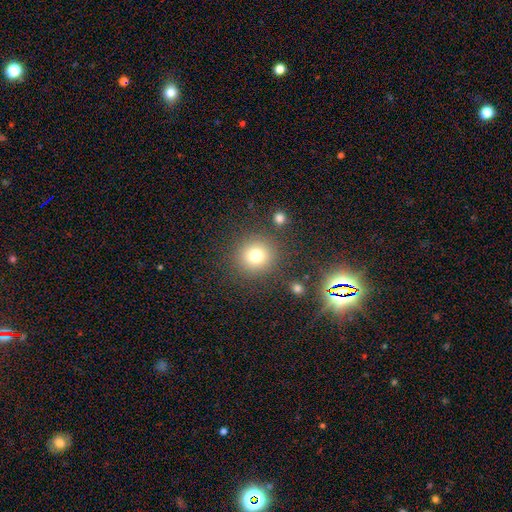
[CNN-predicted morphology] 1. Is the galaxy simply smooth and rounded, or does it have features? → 76% smooth, 15% star or artifact, 9% featured or disk.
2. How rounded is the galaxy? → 92% round, 7% in between, 1% cigar-shaped.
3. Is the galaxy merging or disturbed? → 85% none, 8% minor disturbance, 4% major disturbance, 4% merger.